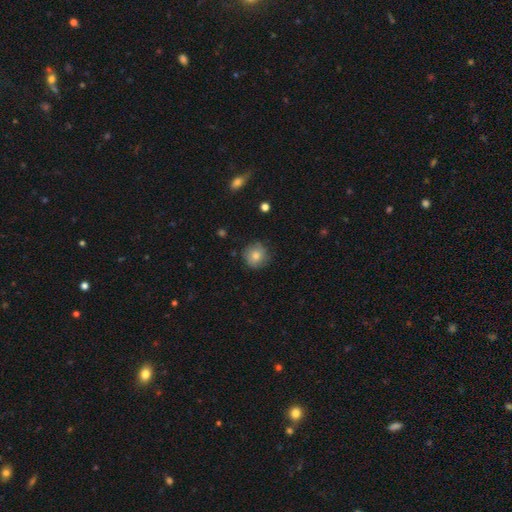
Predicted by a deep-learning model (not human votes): smooth-or-featured: smooth: 76% | featured or disk: 15% | star or artifact: 9%
  how-rounded: round: 92% | in between: 7% | cigar-shaped: 1%
  merging: none: 80% | minor disturbance: 15% | major disturbance: 3% | merger: 1%